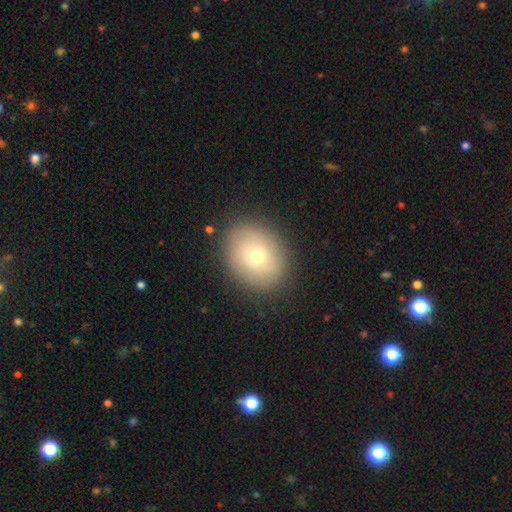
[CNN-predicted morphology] Smooth or featured?
  - smooth: 72% *
  - featured or disk: 18%
  - star or artifact: 10%
How rounded?
  - round: 55% *
  - in between: 44%
  - cigar-shaped: 1%
Merging?
  - none: 86% *
  - minor disturbance: 10%
  - major disturbance: 3%
  - merger: 1%